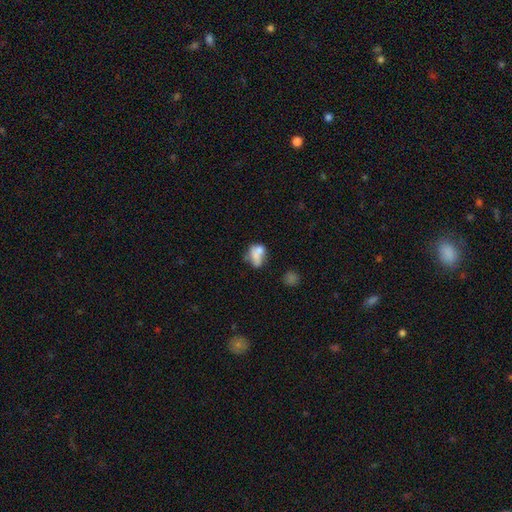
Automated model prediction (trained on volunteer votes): This appears to be a smooth galaxy with no disk features (64%) that is in between round and cigar-shaped (72%). Merging: merger (38%).